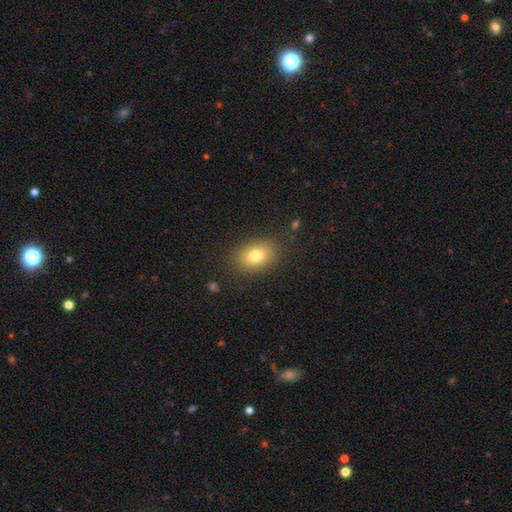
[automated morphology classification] type=smooth (79%); roundness=in between (75%); merging=none (86%).